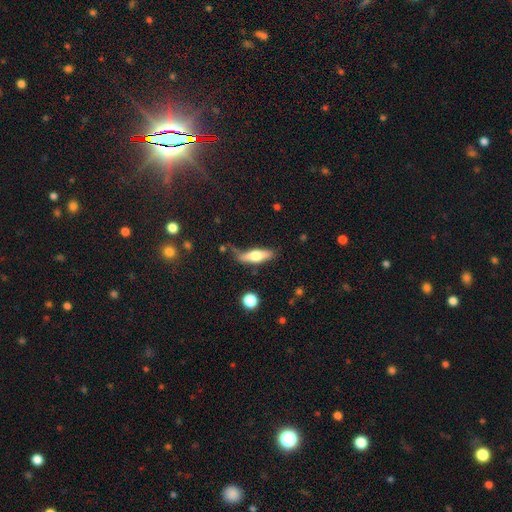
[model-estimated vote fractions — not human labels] Q: Smooth or featured?
A: smooth (55%); runner-up: featured or disk (39%)
Q: How rounded?
A: cigar-shaped (56%); runner-up: in between (41%)
Q: Merging?
A: none (68%); runner-up: minor disturbance (21%)